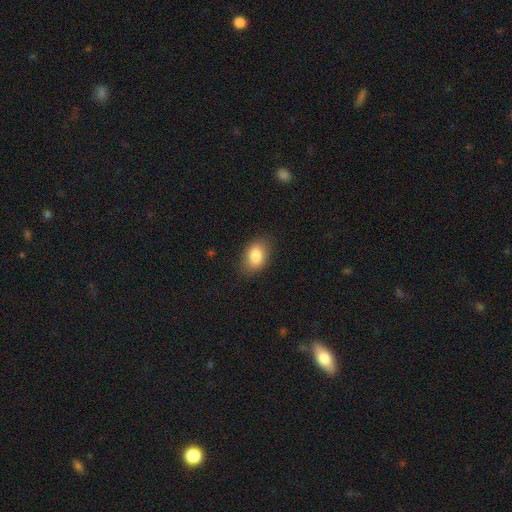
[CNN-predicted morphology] Smooth or featured? smooth (84%)
How rounded? in between (79%)
Merging? none (82%)